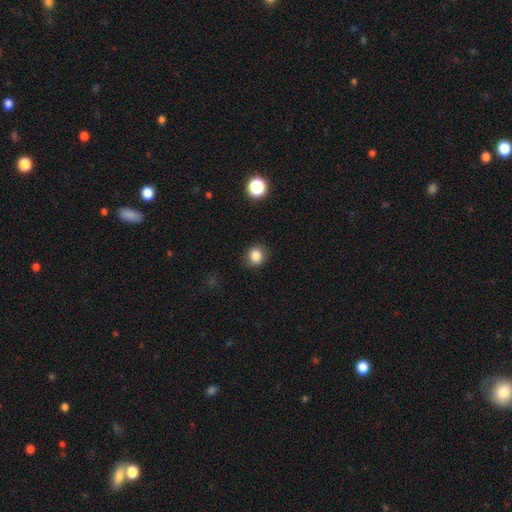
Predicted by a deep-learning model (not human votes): A smooth galaxy with no disk features (85%) that is round (75%).

Vote fractions:
- Smooth or featured? smooth: 85% / star or artifact: 11% / featured or disk: 4%
- How rounded? round: 75% / in between: 25% / cigar-shaped: 1%
- Merging? none: 86% / minor disturbance: 10% / major disturbance: 3% / merger: 1%